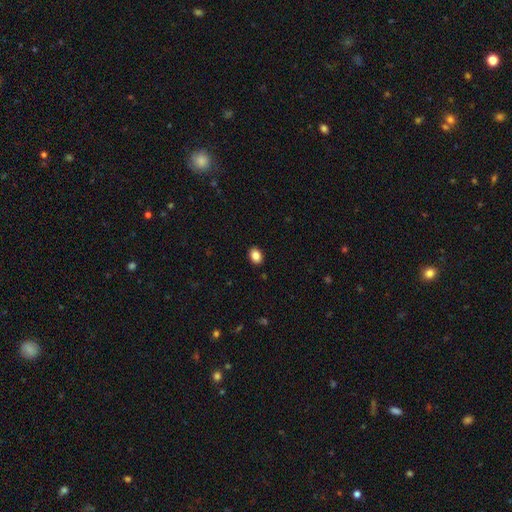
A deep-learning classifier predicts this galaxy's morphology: A smooth galaxy with no disk features (86%) that is in between round and cigar-shaped (75%).

Vote fractions:
- Smooth or featured? smooth: 86% / star or artifact: 9% / featured or disk: 5%
- How rounded? in between: 75% / round: 24% / cigar-shaped: 1%
- Merging? none: 90% / minor disturbance: 7% / major disturbance: 2% / merger: 1%